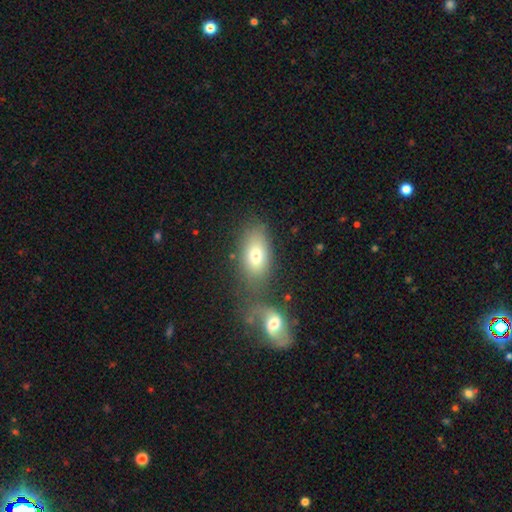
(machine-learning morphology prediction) This appears to be a smooth galaxy with no disk features (72%) that is in between round and cigar-shaped (86%). Merging: none (58%).